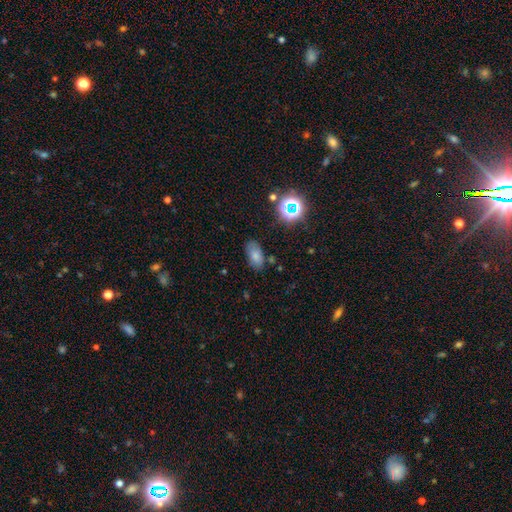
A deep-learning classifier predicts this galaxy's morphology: Q: Smooth or featured?
A: smooth (73%); runner-up: star or artifact (15%)
Q: How rounded?
A: in between (91%); runner-up: round (6%)
Q: Merging?
A: none (74%); runner-up: minor disturbance (18%)